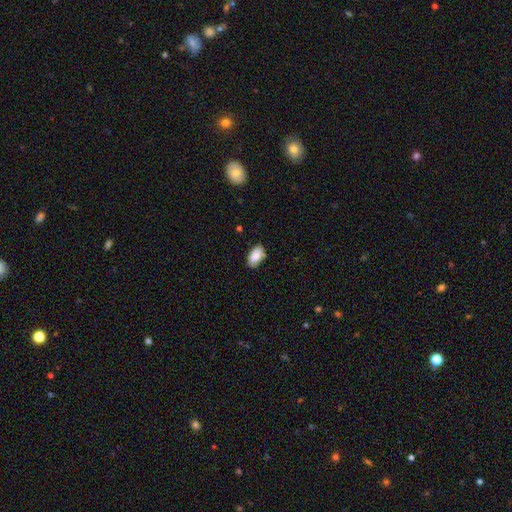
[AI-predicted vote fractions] smooth_or_featured: smooth (p=0.87) [alt: star or artifact p=0.07]
how_rounded: in between (p=0.94) [alt: round p=0.04]
merging: none (p=0.81) [alt: minor disturbance p=0.15]